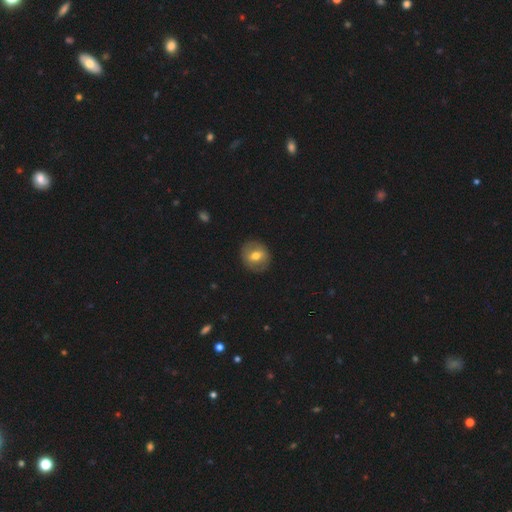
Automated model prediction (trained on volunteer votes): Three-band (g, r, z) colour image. It shows a smooth galaxy with no disk features (56%) that is round (80%). Merging: none (88%).